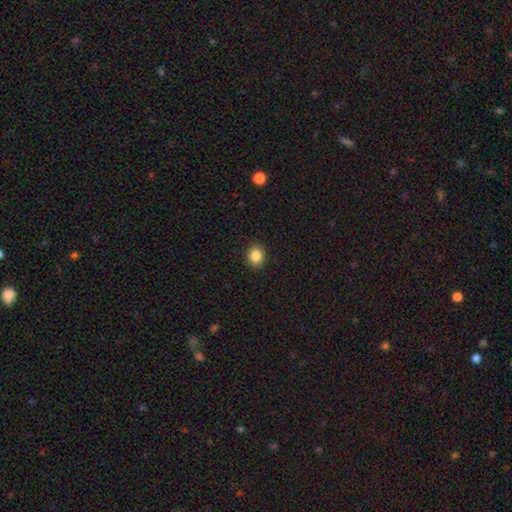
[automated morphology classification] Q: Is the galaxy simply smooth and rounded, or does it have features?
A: smooth — 86%.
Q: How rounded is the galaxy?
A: round — 69%.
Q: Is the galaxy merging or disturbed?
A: none — 91%.